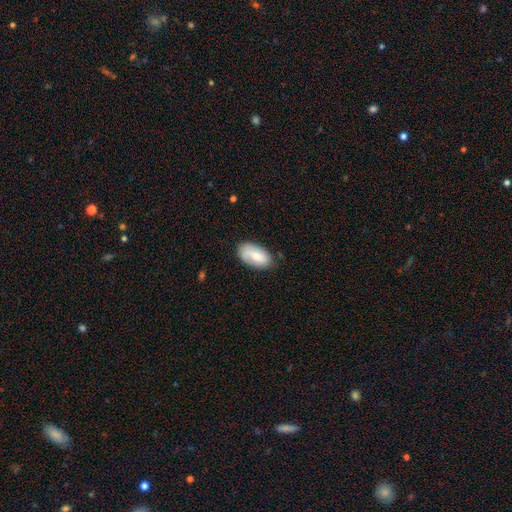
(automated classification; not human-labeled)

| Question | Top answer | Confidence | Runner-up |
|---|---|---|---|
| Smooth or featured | smooth | 70% | featured or disk (23%) |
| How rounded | in between | 94% | round (3%) |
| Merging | none | 74% | minor disturbance (20%) |